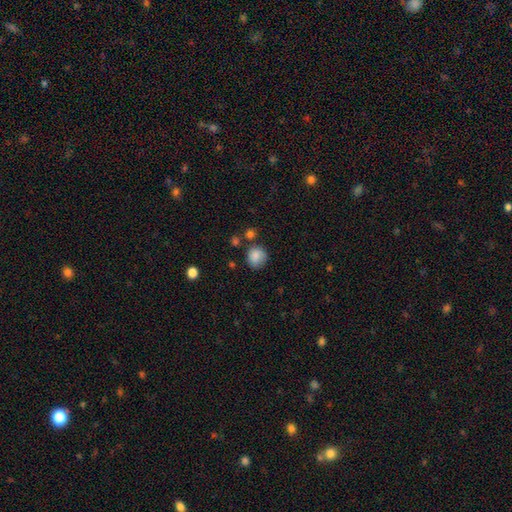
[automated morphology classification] This appears to be a smooth galaxy with no disk features (84%) that is round (85%). Merging: none (67%).